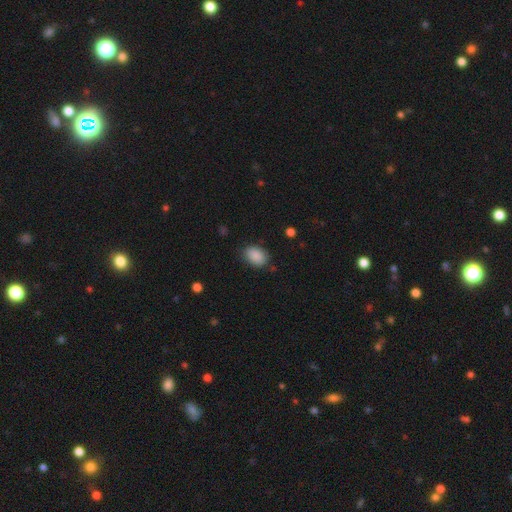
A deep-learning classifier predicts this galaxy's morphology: Q: Smooth or featured?
A: smooth (88%); runner-up: star or artifact (8%)
Q: How rounded?
A: in between (77%); runner-up: round (22%)
Q: Merging?
A: none (80%); runner-up: minor disturbance (15%)